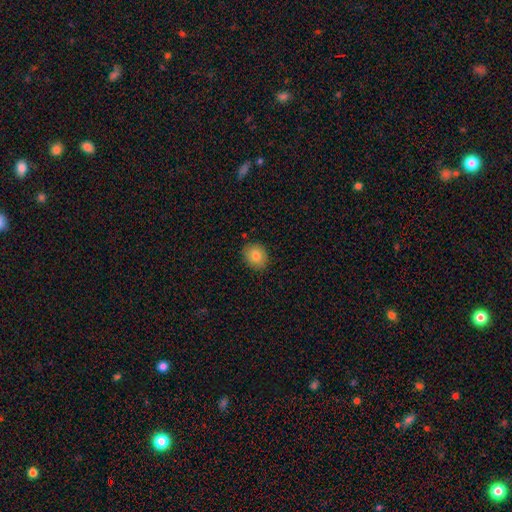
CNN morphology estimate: type=smooth (82%); roundness=round (68%); merging=none (87%).